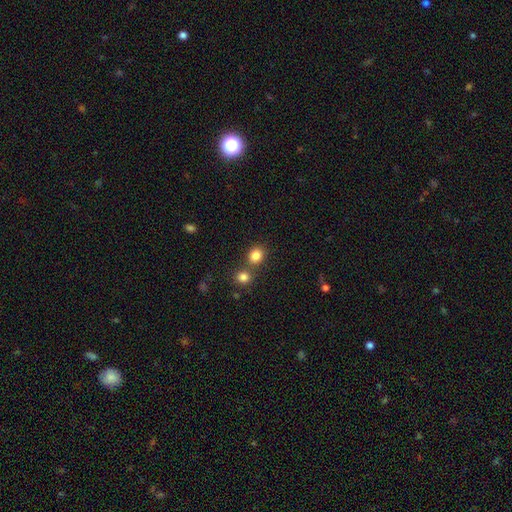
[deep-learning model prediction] The model was most divided on "merging": none: 64%, merger: 25%, minor disturbance: 8%, major disturbance: 3%. More confident: smooth or featured — smooth (84%); how rounded — round (69%).